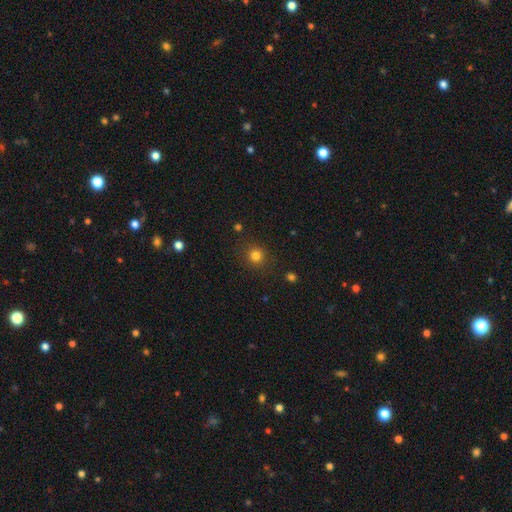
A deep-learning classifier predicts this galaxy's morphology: The model was most divided on "smooth or featured": smooth: 81%, star or artifact: 14%, featured or disk: 5%. More confident: how rounded — round (90%); merging — none (88%).